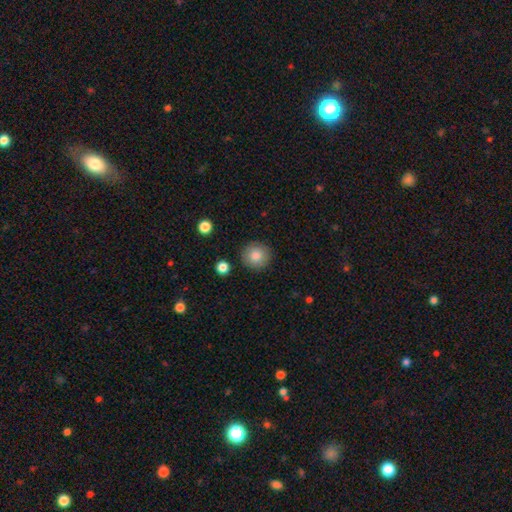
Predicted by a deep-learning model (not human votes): Q: Smooth or featured?
A: smooth (84%); runner-up: star or artifact (9%)
Q: How rounded?
A: round (94%); runner-up: in between (5%)
Q: Merging?
A: none (89%); runner-up: minor disturbance (7%)